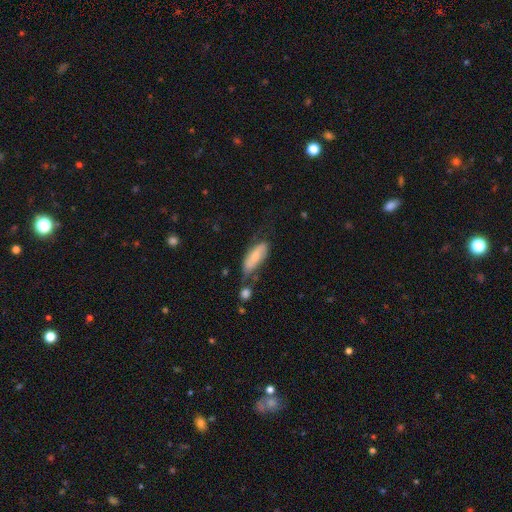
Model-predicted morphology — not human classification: This appears to be a smooth galaxy with no disk features (67%) that is in between round and cigar-shaped (71%). Merging: none (40%).